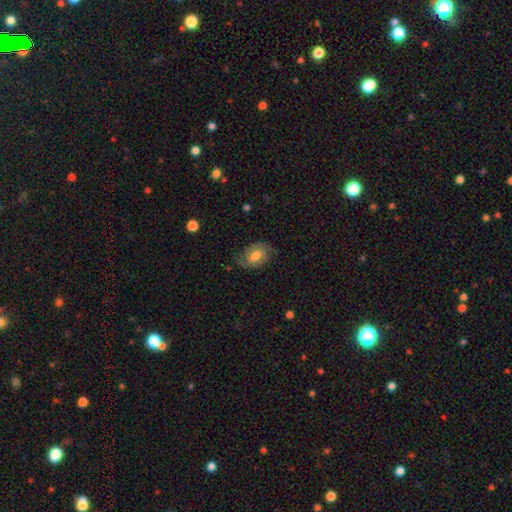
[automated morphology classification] A featured or disk galaxy (62%) with no bar (55%), 2 (82%) tight (42%) spiral arms (86%) and a moderate central bulge (67%). Merging: none (72%).